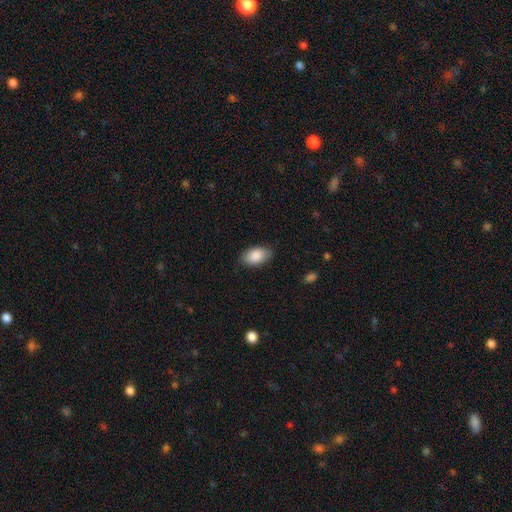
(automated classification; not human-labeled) smooth-or-featured: smooth: 88% | featured or disk: 6% | star or artifact: 6%
  how-rounded: in between: 93% | round: 6% | cigar-shaped: 2%
  merging: none: 83% | minor disturbance: 13% | major disturbance: 3% | merger: 1%